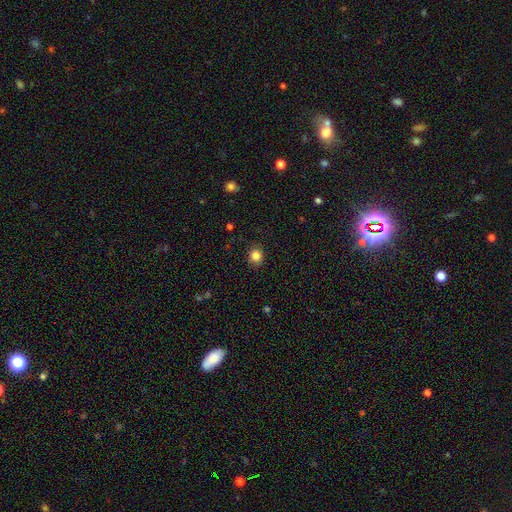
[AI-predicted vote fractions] A smooth galaxy with no disk features (84%) that is round (81%).

Vote fractions:
- Smooth or featured? smooth: 84% / star or artifact: 11% / featured or disk: 5%
- How rounded? round: 81% / in between: 18% / cigar-shaped: 1%
- Merging? none: 88% / minor disturbance: 9% / major disturbance: 2% / merger: 1%